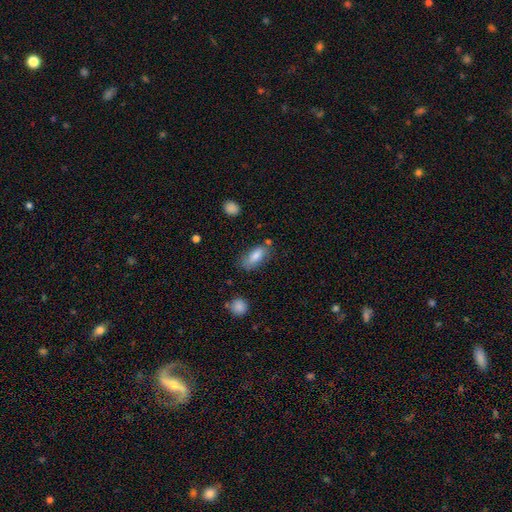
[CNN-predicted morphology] A smooth galaxy with no disk features (82%) that is in between round and cigar-shaped (83%).

Vote fractions:
- Smooth or featured? smooth: 82% / featured or disk: 11% / star or artifact: 7%
- How rounded? in between: 83% / cigar-shaped: 14% / round: 3%
- Merging? none: 64% / minor disturbance: 24% / major disturbance: 7% / merger: 5%